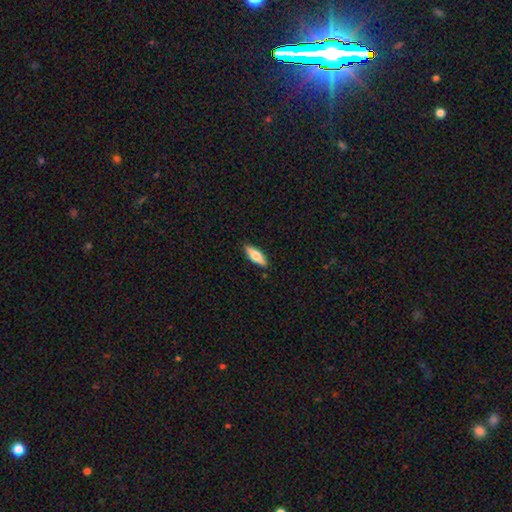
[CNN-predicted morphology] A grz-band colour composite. It shows a smooth galaxy with no disk features (66%) that is in between round and cigar-shaped (55%). Merging: none (90%).